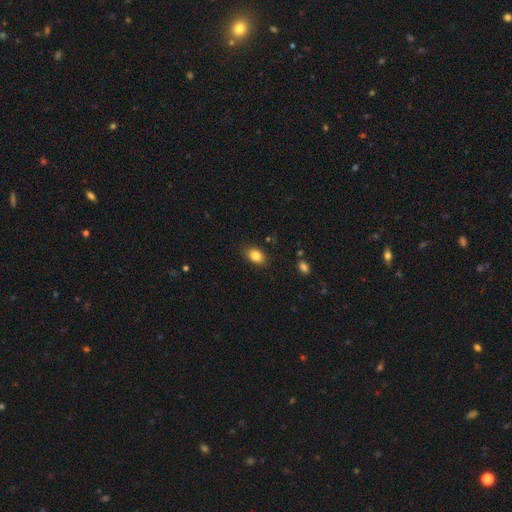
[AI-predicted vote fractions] Smooth or featured?
  - smooth: 85% *
  - star or artifact: 9%
  - featured or disk: 7%
How rounded?
  - in between: 81% *
  - round: 18%
  - cigar-shaped: 1%
Merging?
  - none: 84% *
  - minor disturbance: 12%
  - major disturbance: 3%
  - merger: 1%